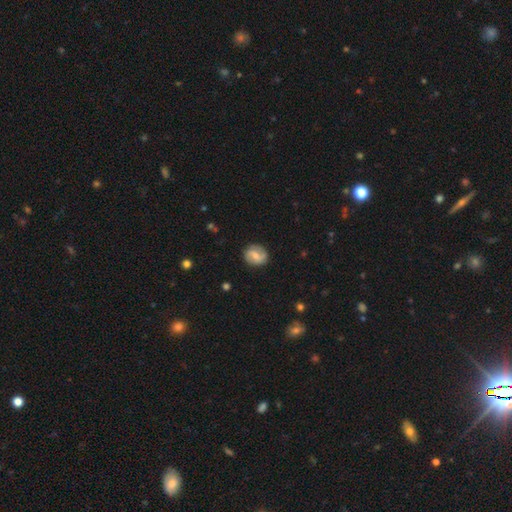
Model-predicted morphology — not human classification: smooth-or-featured: featured or disk: 58% | smooth: 35% | star or artifact: 7%
  disk-edge-on: no: 97% | yes: 3%
    bar: weak: 51% | no: 29% | strong: 20%
    has-spiral-arms: yes: 87% | no: 13%
    bulge-size: moderate: 47% | small: 43% | none: 6% | large: 3% | dominant: 1%
  merging: none: 83% | minor disturbance: 13% | major disturbance: 3% | merger: 1%